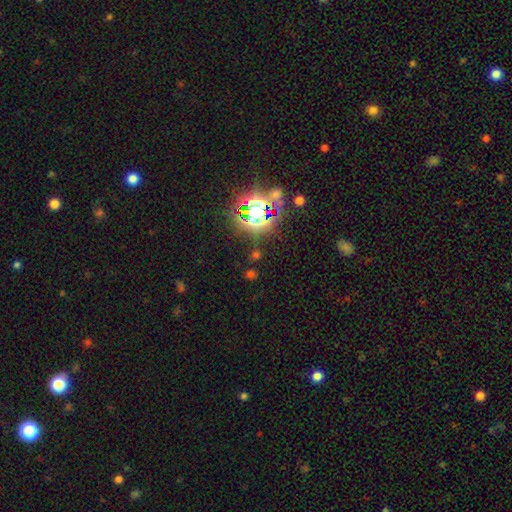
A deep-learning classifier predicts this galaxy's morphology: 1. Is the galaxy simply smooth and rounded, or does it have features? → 79% star or artifact, 14% smooth, 7% featured or disk.